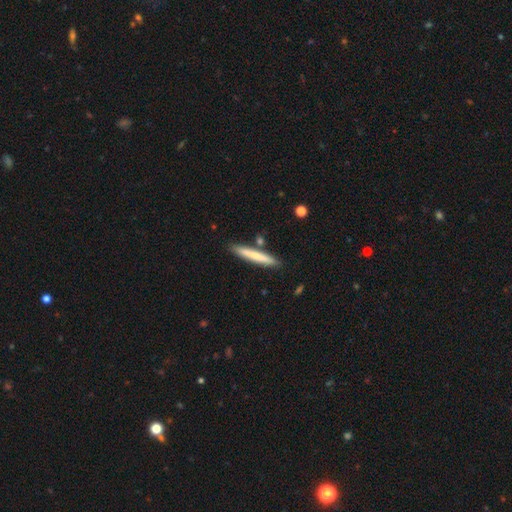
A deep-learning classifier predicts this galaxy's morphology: smooth-or-featured: smooth: 72% | featured or disk: 22% | star or artifact: 6%
  how-rounded: cigar-shaped: 95% | in between: 3% | round: 1%
  merging: none: 86% | minor disturbance: 8% | merger: 4% | major disturbance: 2%